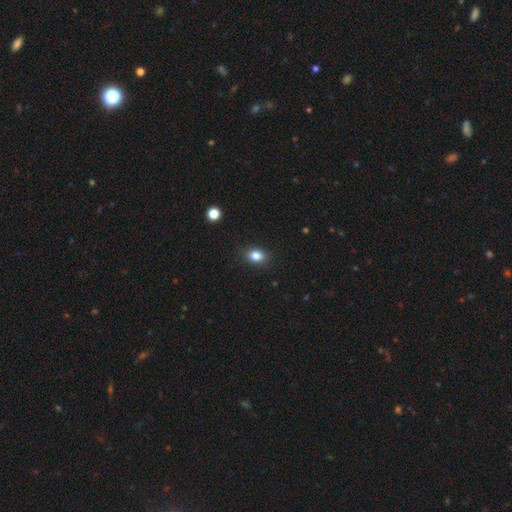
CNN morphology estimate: smooth_or_featured: smooth (p=0.84) [alt: star or artifact p=0.10]
how_rounded: in between (p=0.64) [alt: round p=0.34]
merging: none (p=0.87) [alt: minor disturbance p=0.09]